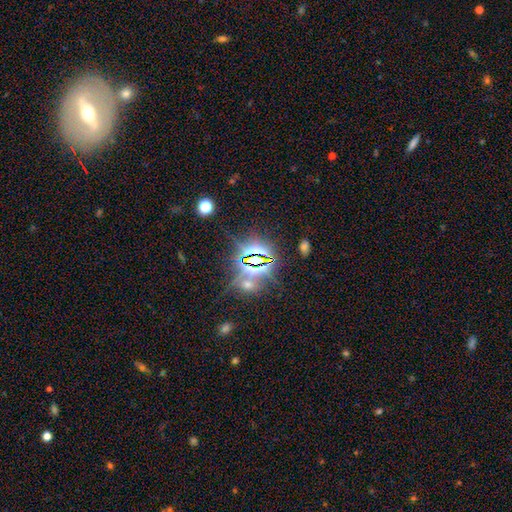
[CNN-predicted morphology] This appears to be a star or artifact, not a galaxy (81%).